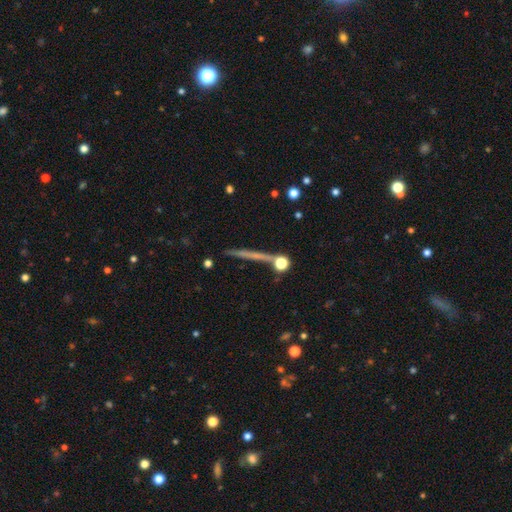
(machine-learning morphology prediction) A featured or disk galaxy (49%).

Vote fractions:
- Smooth or featured? featured or disk: 49% / smooth: 39% / star or artifact: 12%
- Merging? none: 83% / minor disturbance: 9% / merger: 5% / major disturbance: 3%